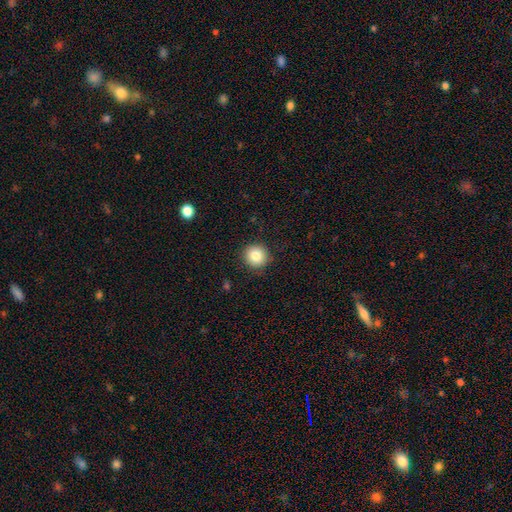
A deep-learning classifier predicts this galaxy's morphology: type=smooth (83%); roundness=round (93%); merging=none (91%).